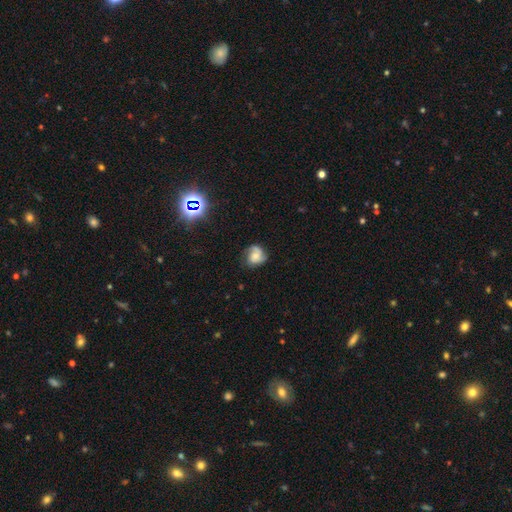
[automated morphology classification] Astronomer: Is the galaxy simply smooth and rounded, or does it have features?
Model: featured or disk — 53% (runner-up: smooth, 37%).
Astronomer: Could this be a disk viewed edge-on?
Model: no — 97%.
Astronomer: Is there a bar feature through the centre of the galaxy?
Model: no — 67%.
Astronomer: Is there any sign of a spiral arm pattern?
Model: yes — 88%.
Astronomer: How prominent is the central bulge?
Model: moderate — 36% (runner-up: small, 34%).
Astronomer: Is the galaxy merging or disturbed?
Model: none — 60%.